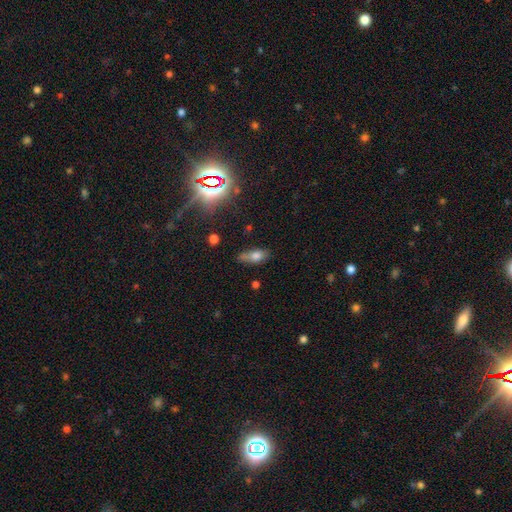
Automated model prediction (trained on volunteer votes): The model was most divided on "merging": none: 58%, minor disturbance: 28%, major disturbance: 8%, merger: 6%. More confident: how rounded — in between (73%); smooth or featured — smooth (68%).